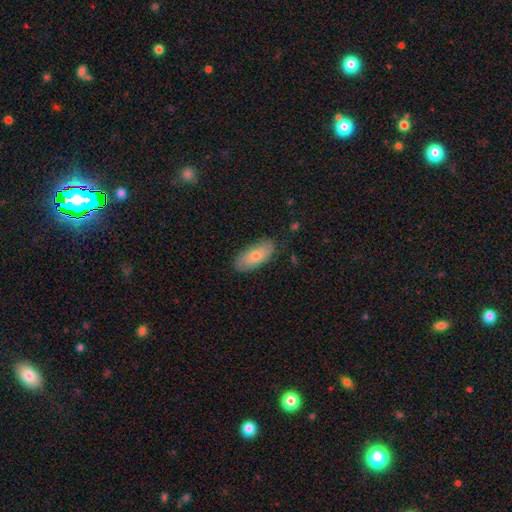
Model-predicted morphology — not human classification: Q: Smooth or featured?
A: smooth (66%); runner-up: featured or disk (27%)
Q: How rounded?
A: in between (86%); runner-up: cigar-shaped (11%)
Q: Merging?
A: none (81%); runner-up: minor disturbance (15%)